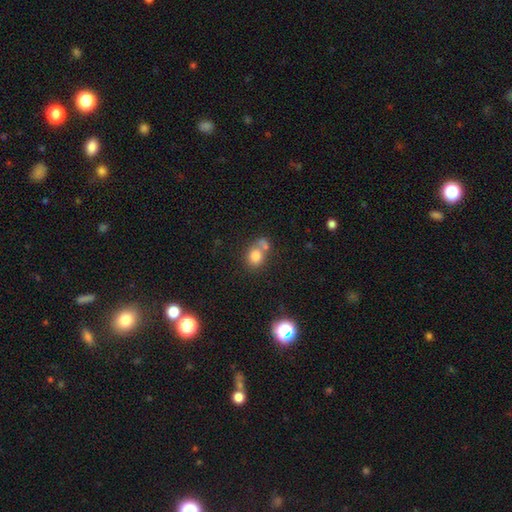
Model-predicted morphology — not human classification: This is likely a smooth galaxy (77%). How rounded: likely round (63%). Merging: marginally merger (42%, tied with none).